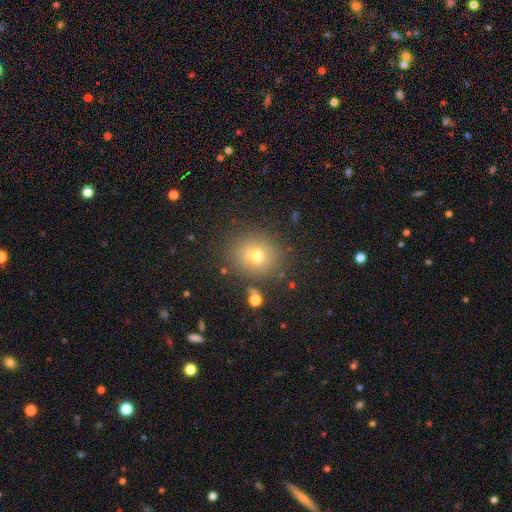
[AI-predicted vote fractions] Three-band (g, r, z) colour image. It shows a smooth galaxy with no disk features (71%) that is round (79%). Merging: none (83%).